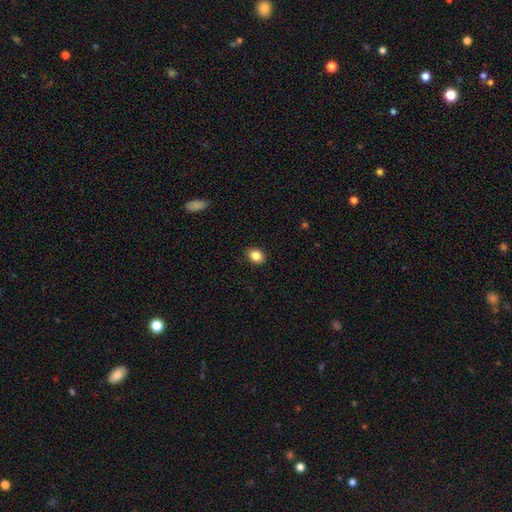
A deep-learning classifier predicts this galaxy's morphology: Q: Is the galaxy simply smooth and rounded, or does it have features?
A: smooth — 85%.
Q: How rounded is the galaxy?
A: in between — 56%.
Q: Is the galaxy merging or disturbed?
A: none — 90%.